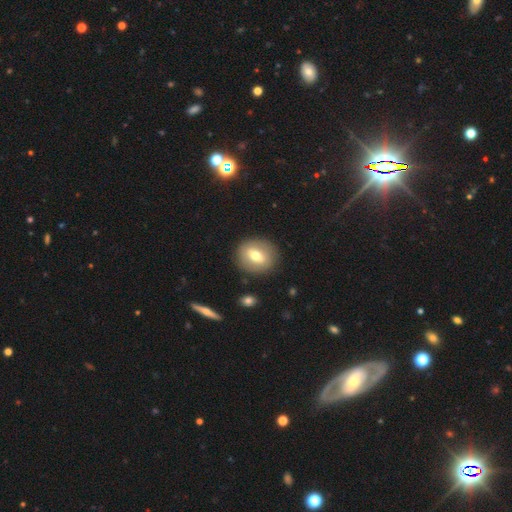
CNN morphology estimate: A smooth galaxy with no disk features (57%) that is round (66%).

Vote fractions:
- Smooth or featured? smooth: 57% / featured or disk: 35% / star or artifact: 8%
- How rounded? round: 66% / in between: 33% / cigar-shaped: 1%
- Merging? none: 85% / minor disturbance: 10% / major disturbance: 4% / merger: 2%